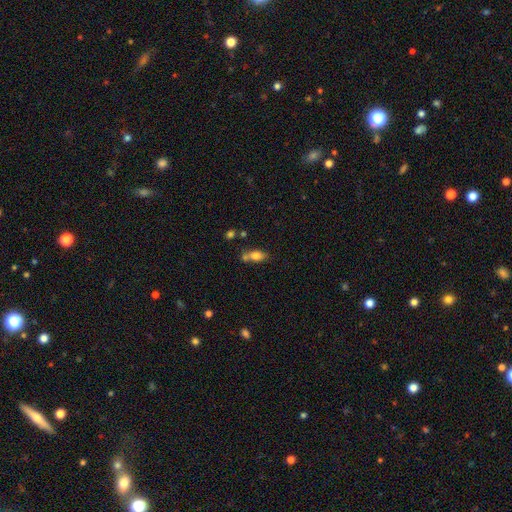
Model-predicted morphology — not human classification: The model was most divided on "merging": none: 47%, merger: 28%, minor disturbance: 18%, major disturbance: 7%. More confident: how rounded — in between (80%); smooth or featured — smooth (76%).